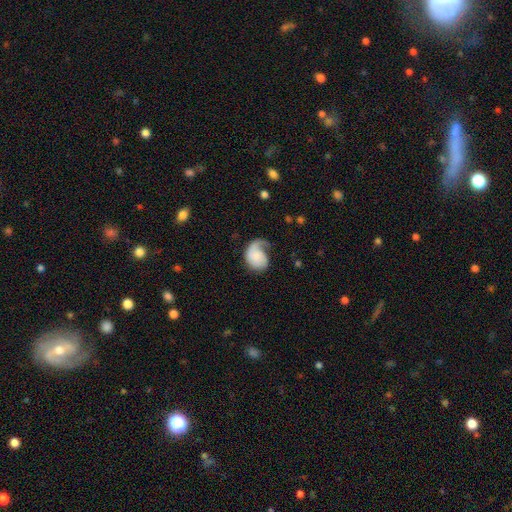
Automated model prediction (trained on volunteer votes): This is possibly a featured or disk galaxy (54%). It is clearly not viewed edge-on (98%). Bar: likely no (79%). Spiral arm pattern: clearly yes (88%). Central bulge: marginally none (37%). Merging: marginally major disturbance (39%).